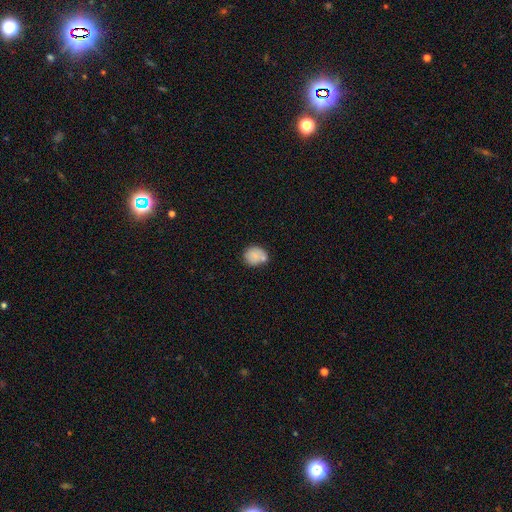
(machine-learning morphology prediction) Smooth or featured? smooth (80%)
How rounded? round (66%)
Merging? none (56%)